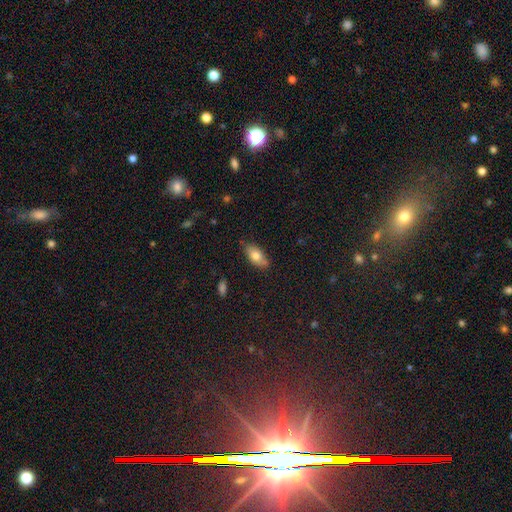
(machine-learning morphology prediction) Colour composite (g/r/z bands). It shows a smooth galaxy with no disk features (76%) that is in between round and cigar-shaped (88%). Merging: none (77%).